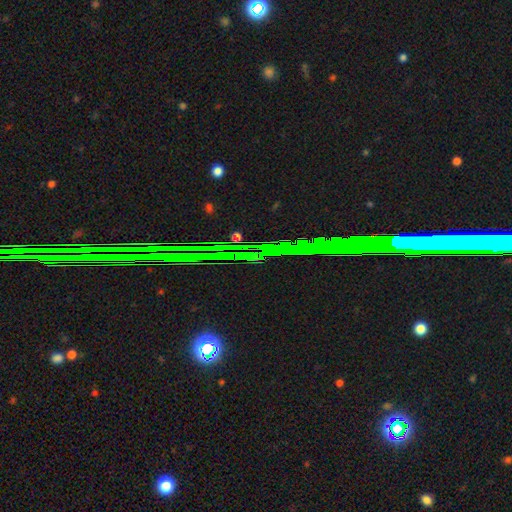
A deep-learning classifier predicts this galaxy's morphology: Smooth or featured? star or artifact (78%)